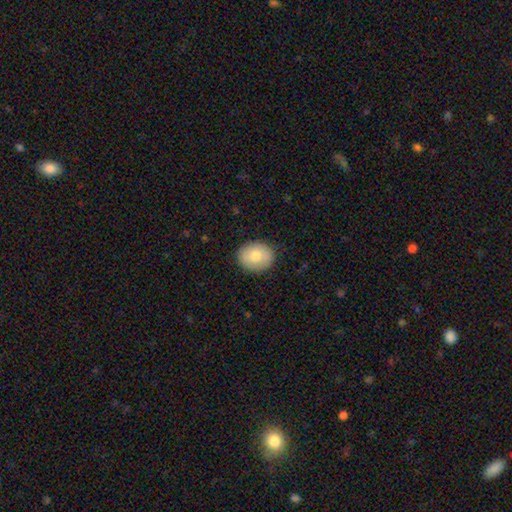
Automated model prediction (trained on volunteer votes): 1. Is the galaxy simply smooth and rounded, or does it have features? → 78% smooth, 16% featured or disk, 7% star or artifact.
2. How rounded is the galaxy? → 50% round (tied), 50% in between (tied), 1% cigar-shaped.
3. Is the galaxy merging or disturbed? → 87% none, 10% minor disturbance, 2% major disturbance, 1% merger.